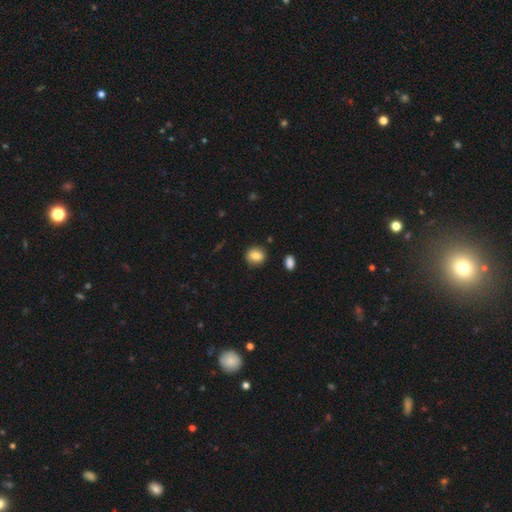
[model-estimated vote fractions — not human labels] smooth_or_featured: smooth (p=0.84) [alt: star or artifact p=0.09]
how_rounded: round (p=0.67) [alt: in between p=0.32]
merging: none (p=0.86) [alt: minor disturbance p=0.10]